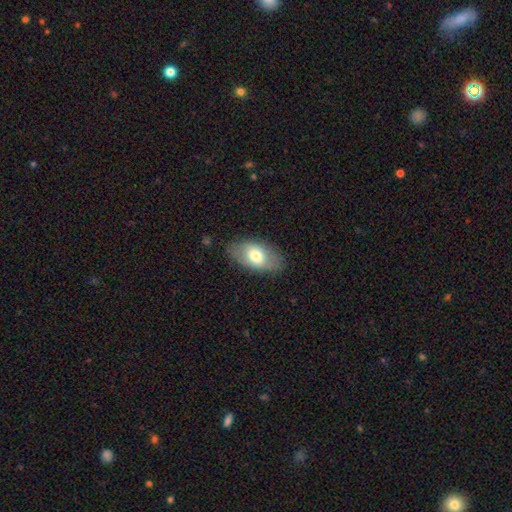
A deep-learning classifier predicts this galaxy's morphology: Smooth or featured? Predicted: smooth (p=0.68). How rounded? Predicted: in between (p=0.93). Merging? Predicted: none (p=0.81).